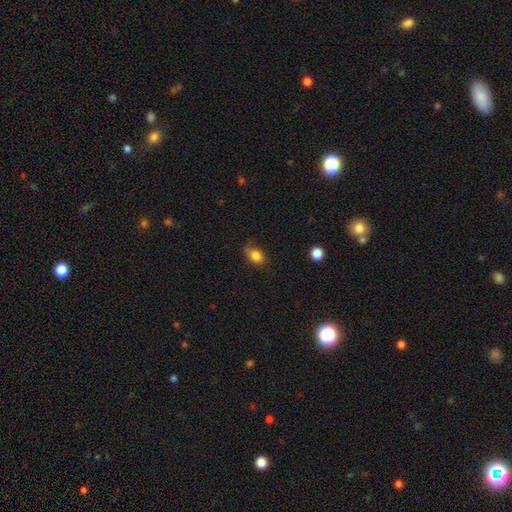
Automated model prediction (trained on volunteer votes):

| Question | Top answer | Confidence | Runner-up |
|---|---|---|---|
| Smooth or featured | smooth | 84% | star or artifact (10%) |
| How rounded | in between | 75% | round (22%) |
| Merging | none | 68% | minor disturbance (25%) |